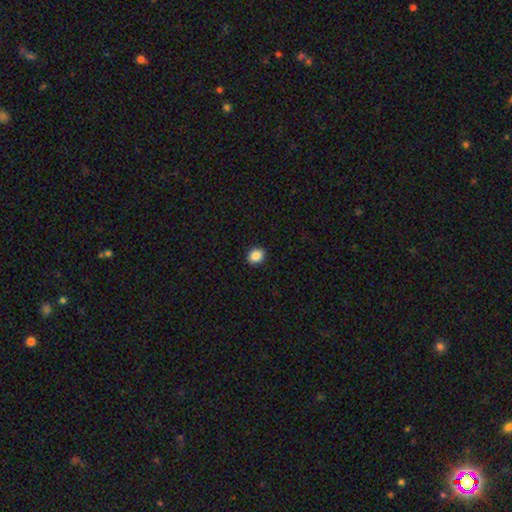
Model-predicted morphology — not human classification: Smooth or featured? smooth (88%)
How rounded? round (62%)
Merging? none (91%)